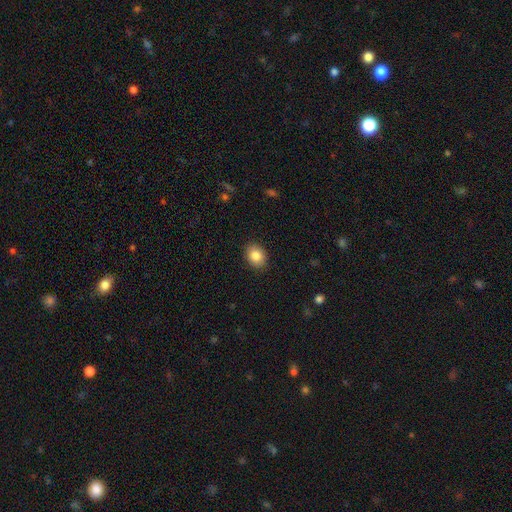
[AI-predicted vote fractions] The model was most divided on "how rounded": in between: 59%, round: 40%, cigar-shaped: 1%. More confident: merging — none (89%); smooth or featured — smooth (85%).